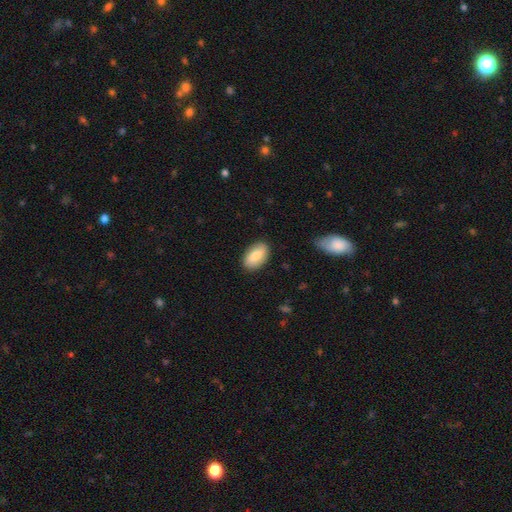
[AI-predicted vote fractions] Smooth or featured? Predicted: smooth (p=0.80). How rounded? Predicted: in between (p=0.93). Merging? Predicted: none (p=0.87).